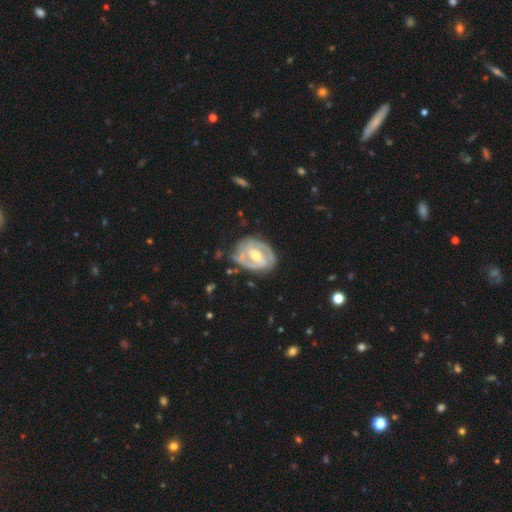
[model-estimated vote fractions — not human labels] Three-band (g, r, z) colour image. It shows a featured or disk galaxy (86%) with a weak bar (41%, tied with strong), 2 (72%) tight (56%) spiral arms (90%) and a moderate central bulge (60%). Merging: none (74%).